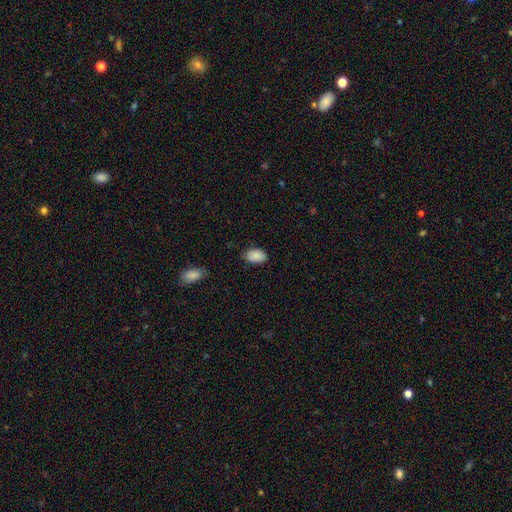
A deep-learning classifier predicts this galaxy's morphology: A smooth galaxy with no disk features (87%) that is in between round and cigar-shaped (92%).

Vote fractions:
- Smooth or featured? smooth: 87% / star or artifact: 7% / featured or disk: 6%
- How rounded? in between: 92% / round: 7% / cigar-shaped: 1%
- Merging? none: 79% / minor disturbance: 17% / major disturbance: 3% / merger: 1%